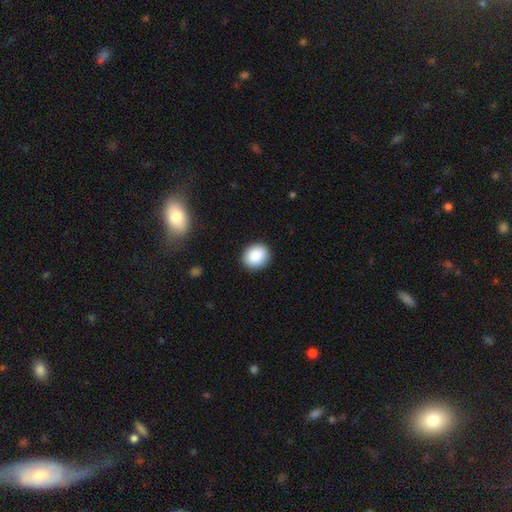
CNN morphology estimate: A smooth galaxy with no disk features (88%) that is round (74%). Merging: none (91%).